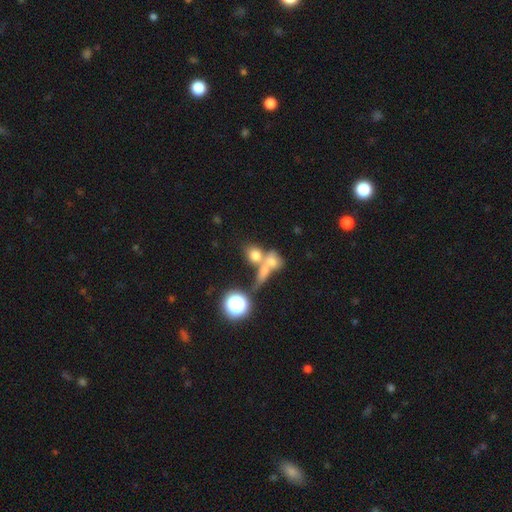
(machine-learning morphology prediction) Smooth or featured? smooth (66%)
How rounded? round (54%)
Merging? merger (54%)